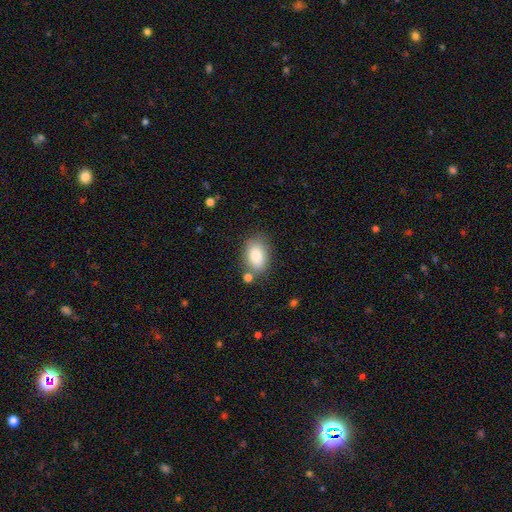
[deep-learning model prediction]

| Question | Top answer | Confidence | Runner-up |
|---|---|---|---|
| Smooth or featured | smooth | 83% | featured or disk (10%) |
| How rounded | in between | 86% | round (13%) |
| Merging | none | 70% | minor disturbance (16%) |